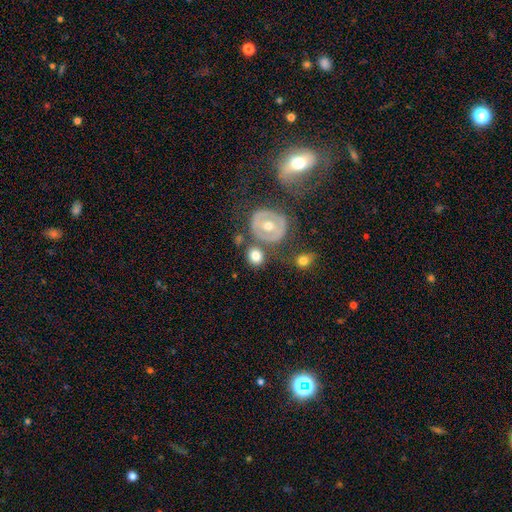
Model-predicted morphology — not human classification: Q: Smooth or featured?
A: smooth (69%); runner-up: featured or disk (23%)
Q: How rounded?
A: round (74%); runner-up: in between (25%)
Q: Merging?
A: none (64%); runner-up: merger (16%)